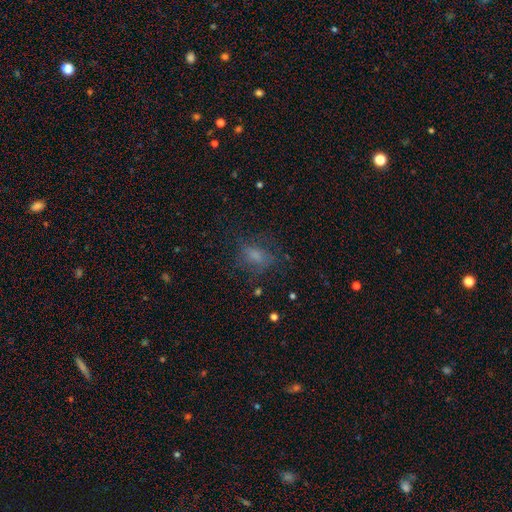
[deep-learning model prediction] Morphology: type=smooth (59%); roundness=in between (67%); merging=none (58%).